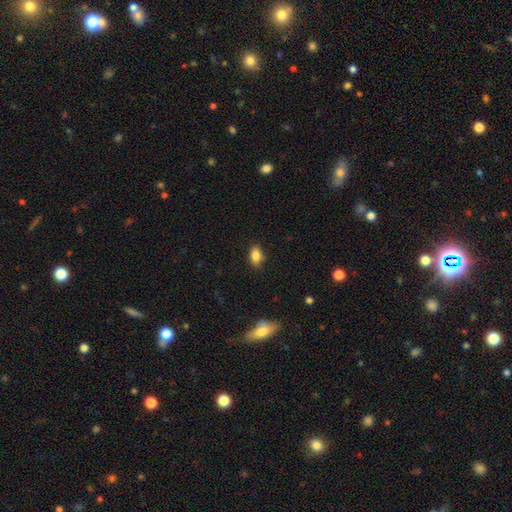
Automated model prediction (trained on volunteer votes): Smooth or featured: smooth — 84% (star or artifact — 9%)
How rounded: in between — 86% (round — 11%)
Merging: none — 86% (minor disturbance — 10%)